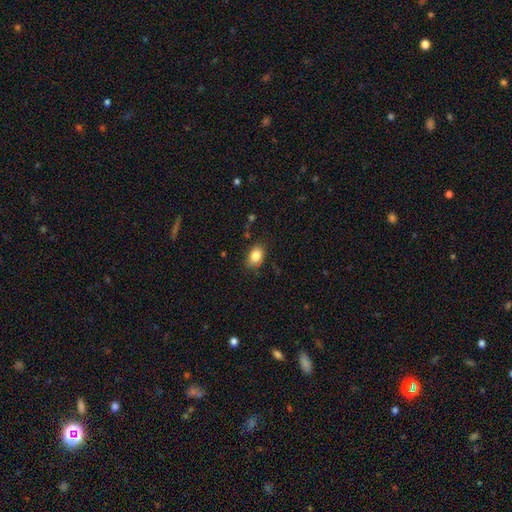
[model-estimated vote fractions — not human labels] A smooth galaxy with no disk features (84%) that is in between round and cigar-shaped (75%). Merging: none (81%).